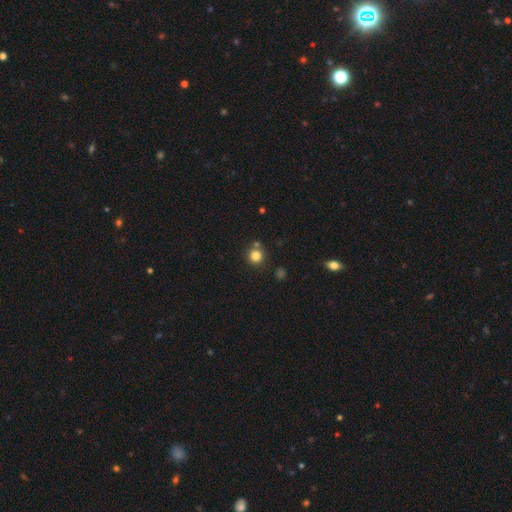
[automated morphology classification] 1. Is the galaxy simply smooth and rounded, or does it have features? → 82% smooth, 13% star or artifact, 5% featured or disk.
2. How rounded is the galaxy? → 93% round, 6% in between, 1% cigar-shaped.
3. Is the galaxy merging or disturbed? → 76% none, 13% merger, 8% minor disturbance, 3% major disturbance.